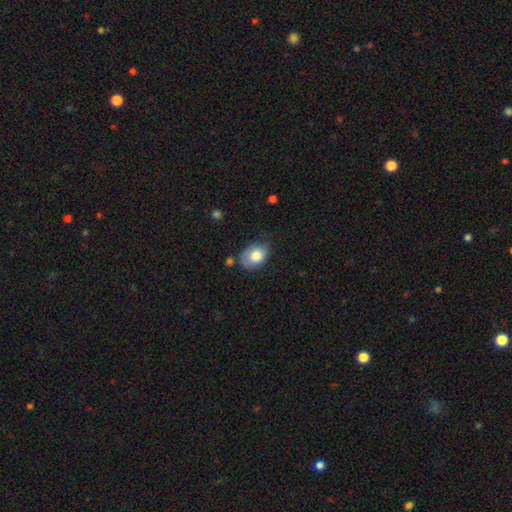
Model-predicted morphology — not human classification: This is clearly a smooth galaxy (80%). How rounded: clearly in between (82%). Merging: likely none (60%).